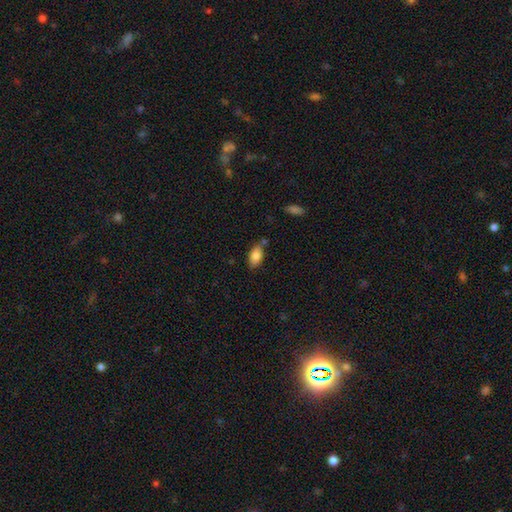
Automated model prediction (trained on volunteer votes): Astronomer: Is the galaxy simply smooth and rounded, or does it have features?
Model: smooth — 83%.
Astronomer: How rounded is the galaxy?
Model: in between — 91%.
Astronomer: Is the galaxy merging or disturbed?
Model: none — 70%.